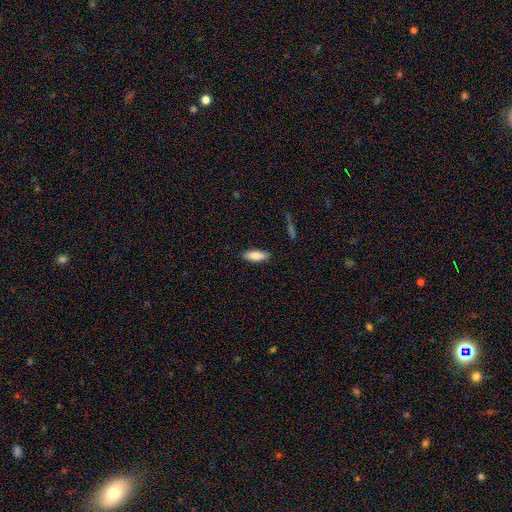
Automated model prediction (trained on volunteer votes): Q: Smooth or featured?
A: smooth (84%); runner-up: featured or disk (10%)
Q: How rounded?
A: in between (65%); runner-up: cigar-shaped (33%)
Q: Merging?
A: none (87%); runner-up: minor disturbance (10%)